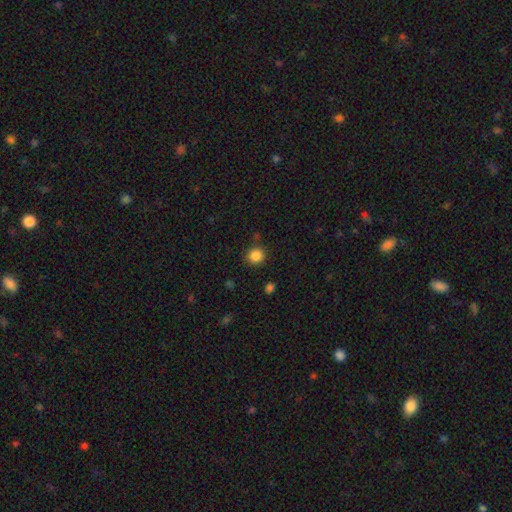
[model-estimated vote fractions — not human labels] This is clearly a smooth galaxy (86%). How rounded: clearly round (88%). Merging: clearly none (85%).